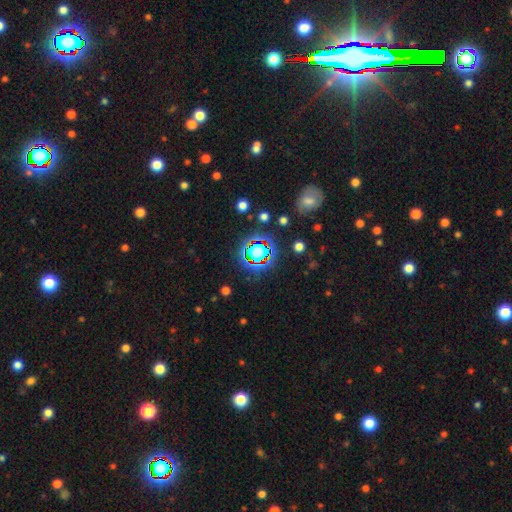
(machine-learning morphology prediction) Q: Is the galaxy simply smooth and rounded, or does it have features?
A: star or artifact — 72%.